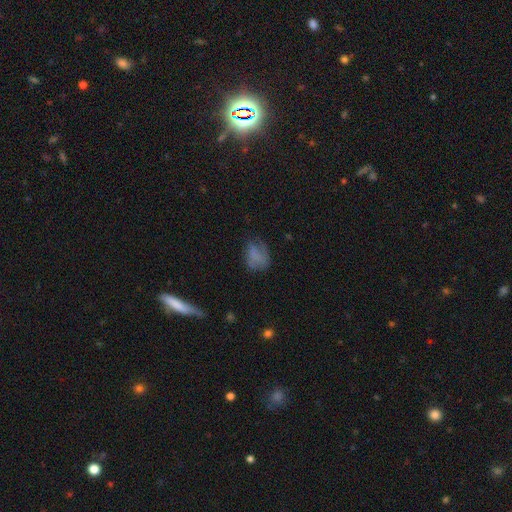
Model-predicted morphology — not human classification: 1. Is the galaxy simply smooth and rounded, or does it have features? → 59% smooth, 27% featured or disk, 13% star or artifact.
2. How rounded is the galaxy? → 62% in between, 36% round, 2% cigar-shaped.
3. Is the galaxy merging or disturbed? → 45% none, 28% minor disturbance, 25% major disturbance, 3% merger.